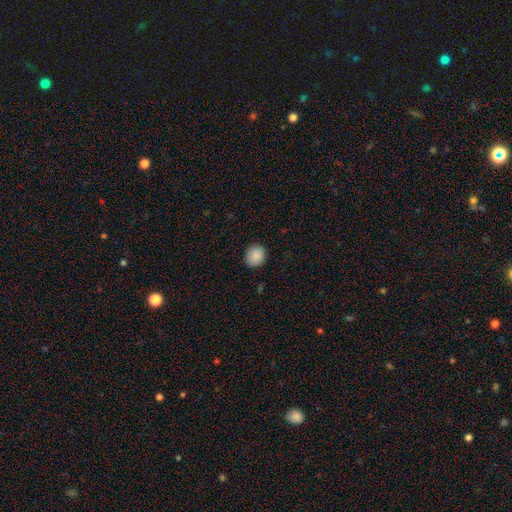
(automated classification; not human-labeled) Smooth or featured? Predicted: smooth (p=0.89). How rounded? Predicted: round (p=0.70). Merging? Predicted: none (p=0.89).